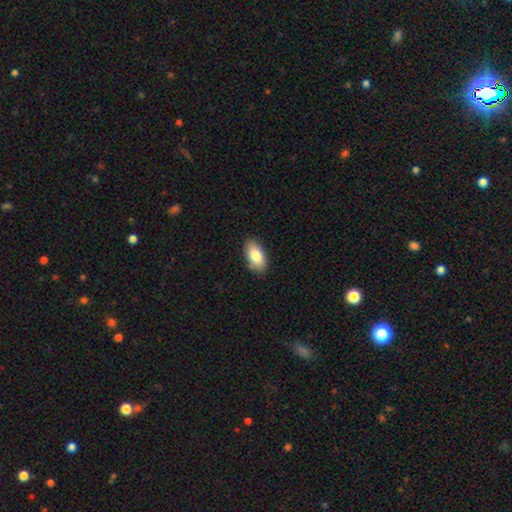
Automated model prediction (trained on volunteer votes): This is clearly a smooth galaxy (84%). How rounded: clearly in between (94%). Merging: clearly none (86%).